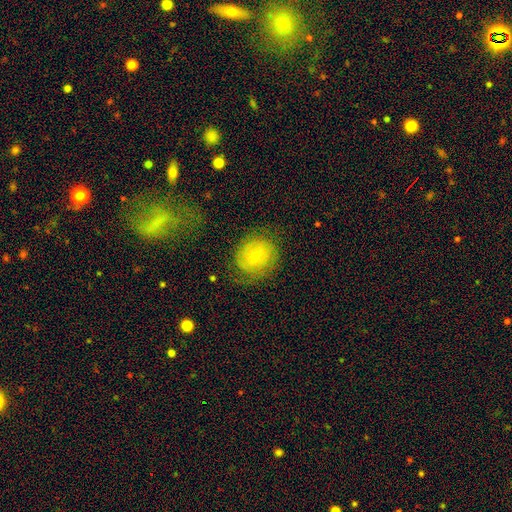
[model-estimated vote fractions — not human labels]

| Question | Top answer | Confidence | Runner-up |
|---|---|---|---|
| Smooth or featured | smooth | 47% | featured or disk (43%) |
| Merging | none | 69% | minor disturbance (18%) |